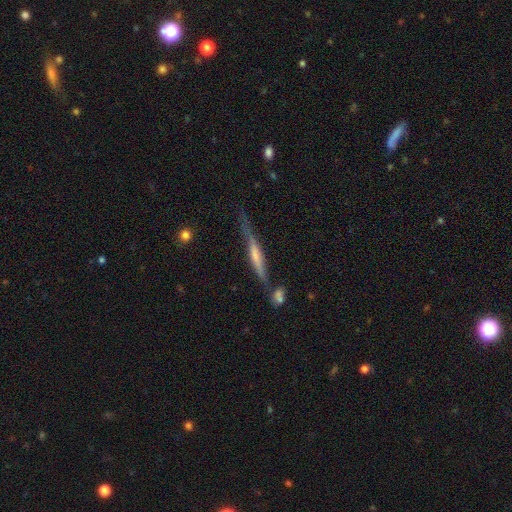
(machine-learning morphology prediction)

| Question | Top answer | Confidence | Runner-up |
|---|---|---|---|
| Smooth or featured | featured or disk | 57% | smooth (36%) |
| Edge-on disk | yes | 93% | no (7%) |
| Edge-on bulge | none | 36% | rounded (35%) |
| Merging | none | 54% | minor disturbance (25%) |